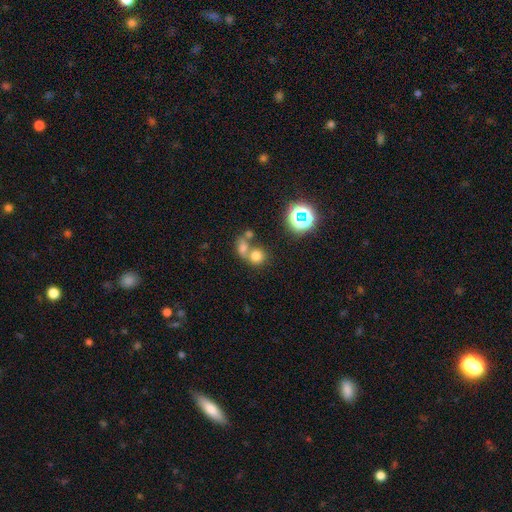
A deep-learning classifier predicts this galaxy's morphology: The model was most divided on "merging": merger: 50%, none: 38%, minor disturbance: 7%, major disturbance: 5%. More confident: how rounded — round (75%); smooth or featured — smooth (70%).